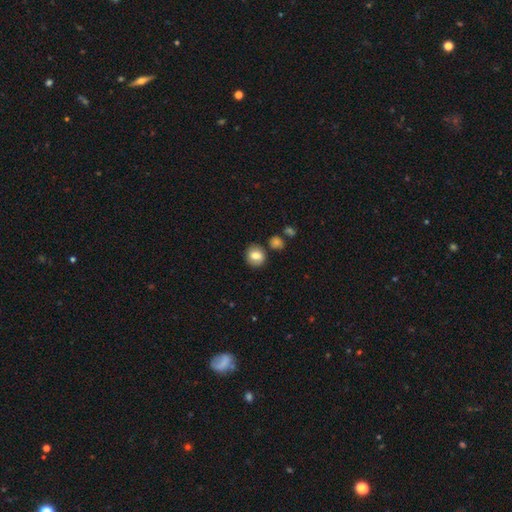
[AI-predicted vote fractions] A smooth galaxy with no disk features (78%) that is round (79%).

Vote fractions:
- Smooth or featured? smooth: 78% / featured or disk: 13% / star or artifact: 9%
- How rounded? round: 79% / in between: 20% / cigar-shaped: 1%
- Merging? none: 82% / minor disturbance: 10% / merger: 5% / major disturbance: 3%